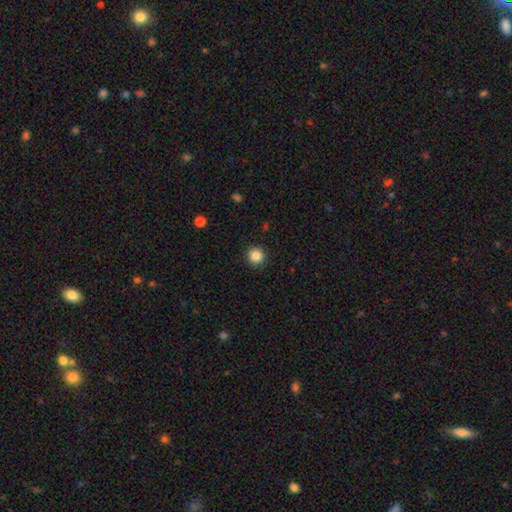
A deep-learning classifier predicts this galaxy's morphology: Smooth or featured? Predicted: smooth (p=0.85). How rounded? Predicted: round (p=0.95). Merging? Predicted: none (p=0.92).